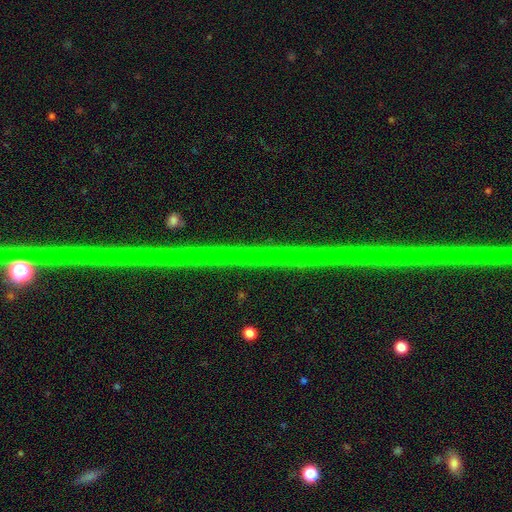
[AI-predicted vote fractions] Overall: star or artifact (87%).